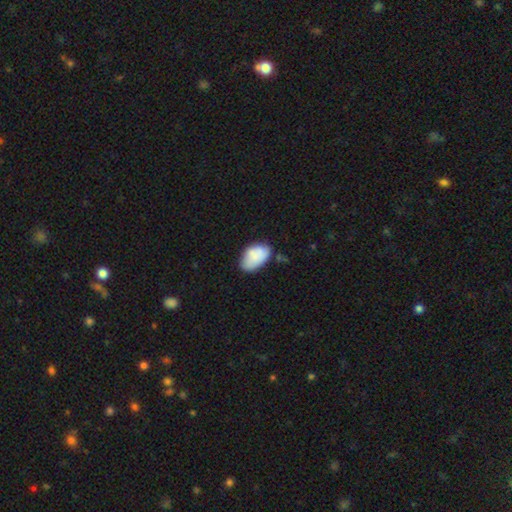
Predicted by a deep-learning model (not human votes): This is likely a smooth galaxy (79%). How rounded: clearly in between (92%). Merging: possibly none (55%).